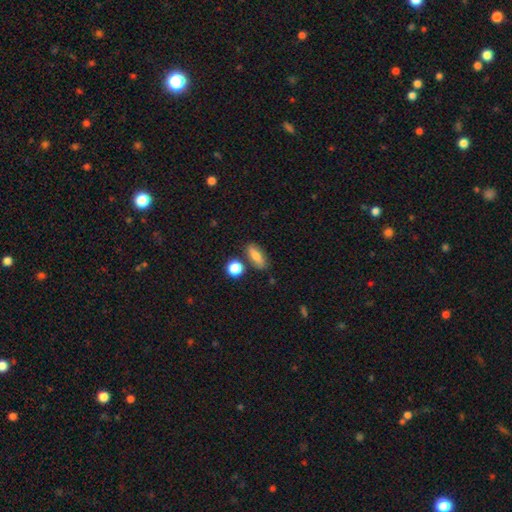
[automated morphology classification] Smooth or featured?
  - smooth: 74% *
  - featured or disk: 17%
  - star or artifact: 9%
How rounded?
  - in between: 59% *
  - cigar-shaped: 29%
  - round: 12%
Merging?
  - none: 77% *
  - minor disturbance: 12%
  - merger: 7%
  - major disturbance: 3%